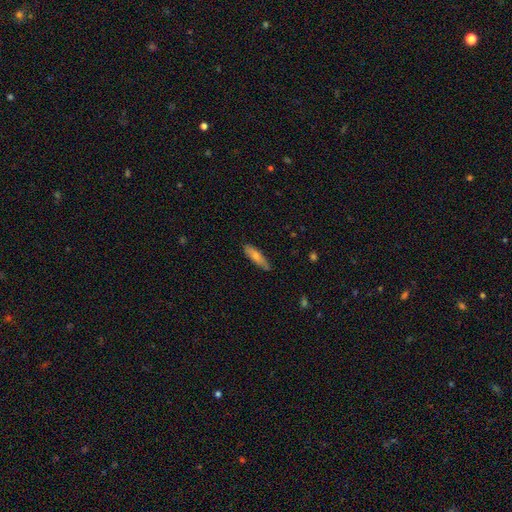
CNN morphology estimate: Q: Smooth or featured?
A: smooth (56%); runner-up: featured or disk (37%)
Q: How rounded?
A: cigar-shaped (71%); runner-up: in between (27%)
Q: Merging?
A: none (84%); runner-up: minor disturbance (12%)